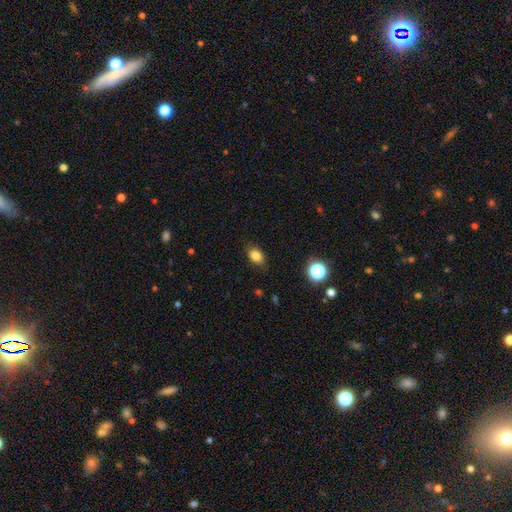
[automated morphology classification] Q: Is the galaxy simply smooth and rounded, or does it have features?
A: smooth — 84%.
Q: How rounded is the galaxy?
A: in between — 73%.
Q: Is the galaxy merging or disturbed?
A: none — 84%.